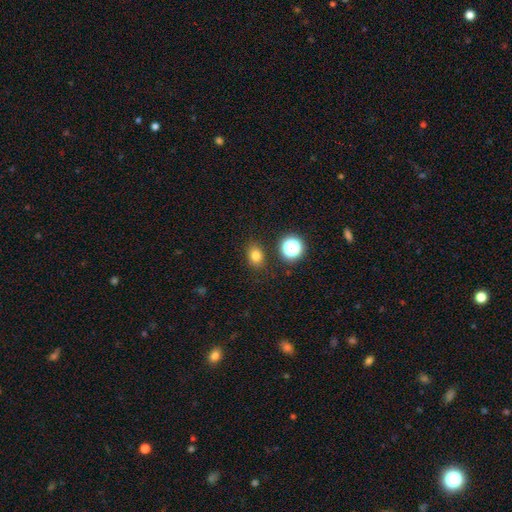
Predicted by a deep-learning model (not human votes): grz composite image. It shows a smooth galaxy with no disk features (78%) that is in between round and cigar-shaped (58%). Merging: none (84%).